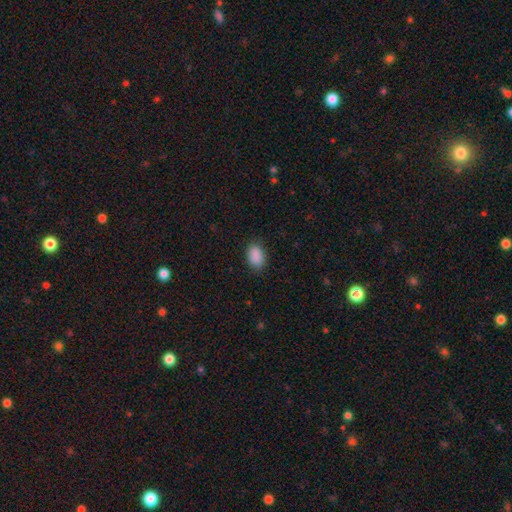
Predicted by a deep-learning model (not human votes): This appears to be a smooth galaxy with no disk features (89%) that is in between round and cigar-shaped (88%). Merging: none (83%).